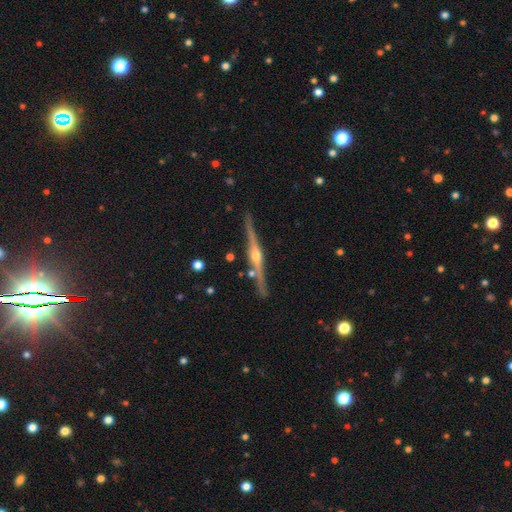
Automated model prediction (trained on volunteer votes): Q: Smooth or featured?
A: featured or disk (87%); runner-up: smooth (8%)
Q: Edge-on disk?
A: yes (98%); runner-up: no (2%)
Q: Edge-on bulge?
A: rounded (94%); runner-up: boxy (3%)
Q: Merging?
A: none (86%); runner-up: minor disturbance (9%)